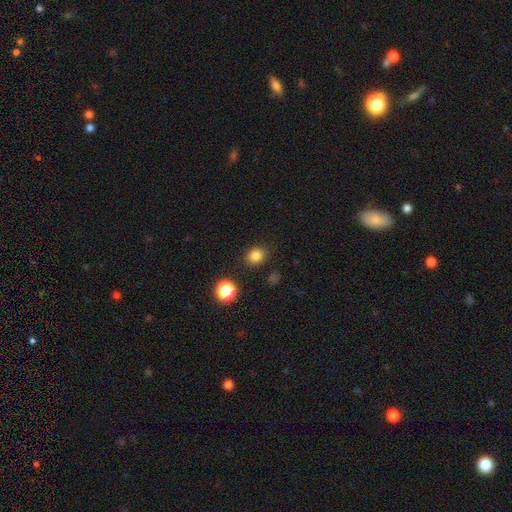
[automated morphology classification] Smooth or featured?
  - smooth: 81% *
  - star or artifact: 14%
  - featured or disk: 5%
How rounded?
  - round: 70% *
  - in between: 29%
  - cigar-shaped: 1%
Merging?
  - none: 86% *
  - minor disturbance: 9%
  - major disturbance: 3%
  - merger: 2%